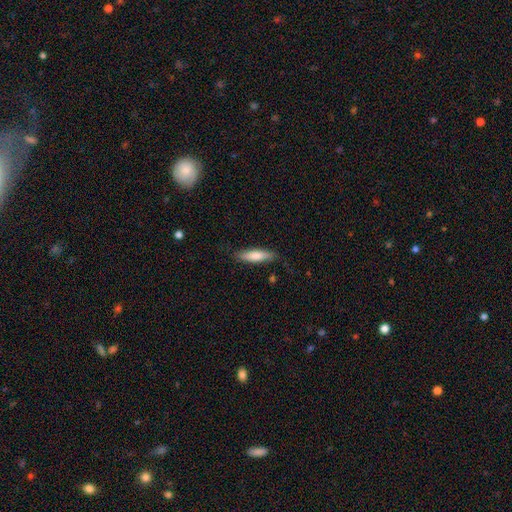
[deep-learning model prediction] A smooth galaxy with no disk features (74%) that is cigar-shaped (69%). Merging: none (80%).